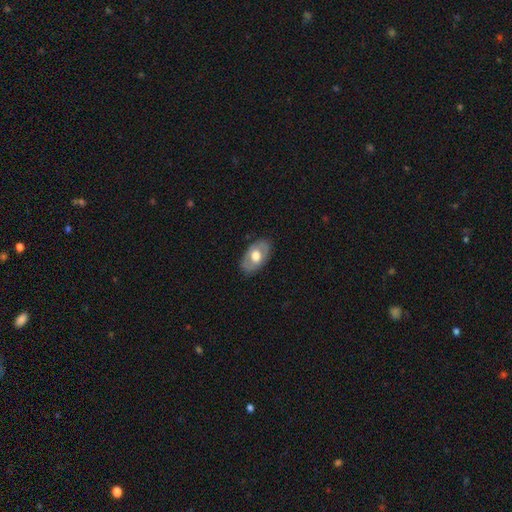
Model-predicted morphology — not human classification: smooth-or-featured: smooth: 50% | featured or disk: 45% | star or artifact: 6%
  merging: none: 82% | minor disturbance: 14% | major disturbance: 4% | merger: 1%